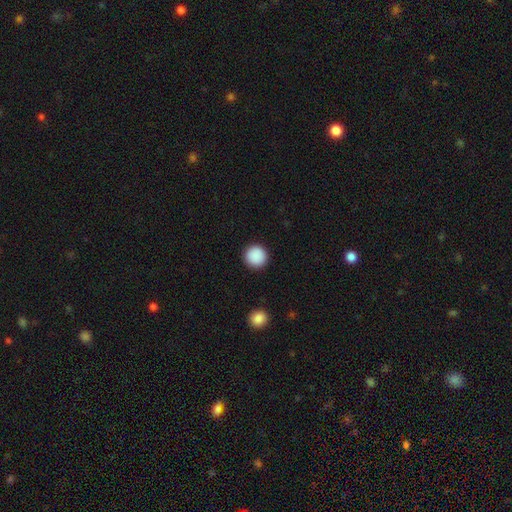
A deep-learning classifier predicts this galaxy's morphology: Smooth or featured: smooth — 89% (star or artifact — 8%)
How rounded: round — 96% (in between — 3%)
Merging: none — 92% (minor disturbance — 5%)